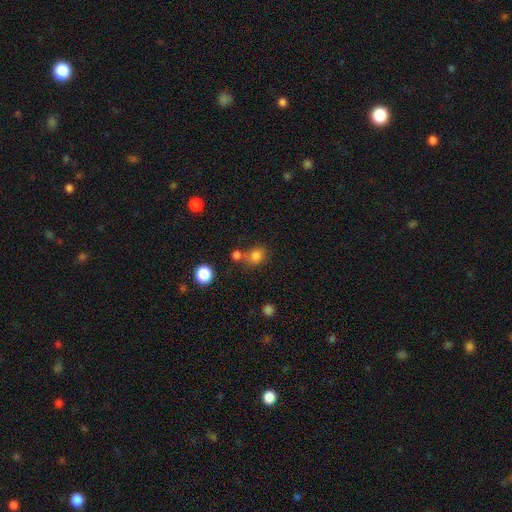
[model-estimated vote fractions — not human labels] smooth 79%, star or artifact 14%, featured or disk 7%. Down the decision tree: how rounded — round (65%); merging — none (57%).